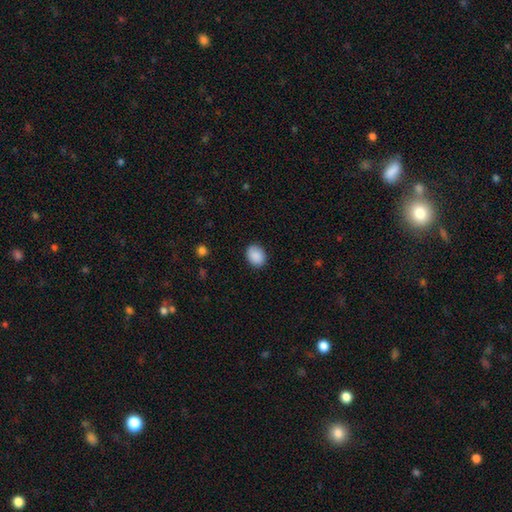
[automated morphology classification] This appears to be a smooth galaxy with no disk features (90%) that is in between round and cigar-shaped (57%). Merging: none (87%).